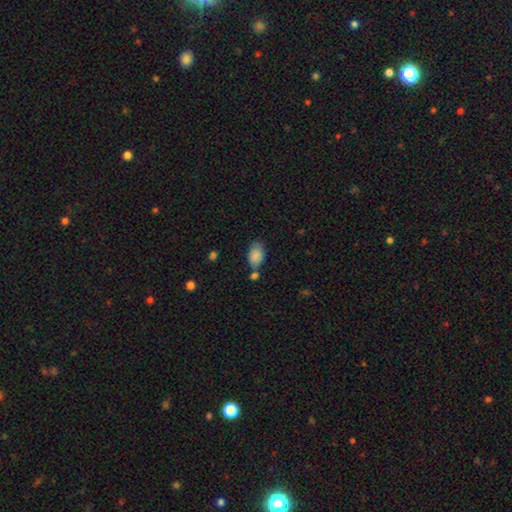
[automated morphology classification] smooth-or-featured: smooth: 87% | star or artifact: 7% | featured or disk: 6%
  how-rounded: in between: 90% | round: 8% | cigar-shaped: 1%
  merging: none: 59% | minor disturbance: 21% | merger: 15% | major disturbance: 5%